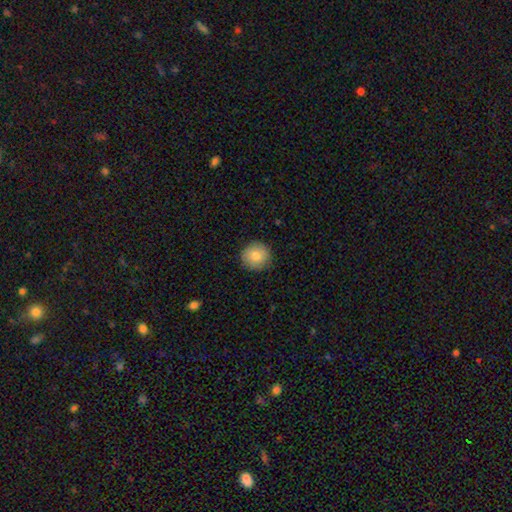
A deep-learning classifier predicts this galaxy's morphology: smooth 81%, featured or disk 12%, star or artifact 8%. Down the decision tree: how rounded — round (93%); merging — none (88%).